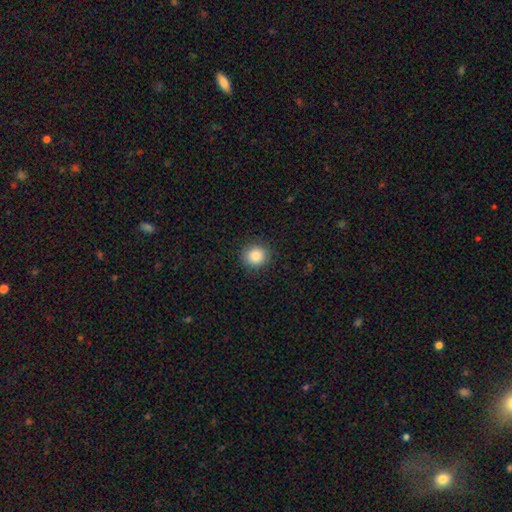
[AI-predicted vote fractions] Q: Smooth or featured?
A: smooth (85%); runner-up: star or artifact (10%)
Q: How rounded?
A: round (89%); runner-up: in between (10%)
Q: Merging?
A: none (91%); runner-up: minor disturbance (6%)